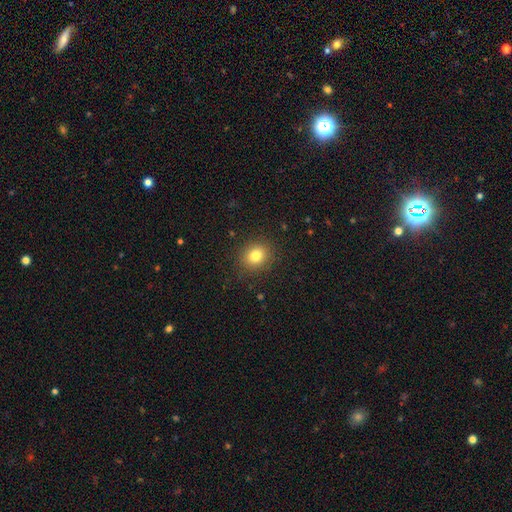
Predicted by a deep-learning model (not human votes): A smooth galaxy with no disk features (80%) that is round (74%). Merging: none (88%).